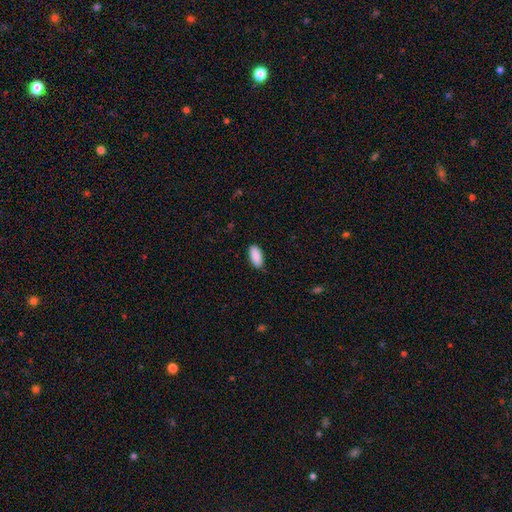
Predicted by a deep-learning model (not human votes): Smooth or featured? smooth (90%)
How rounded? in between (91%)
Merging? none (83%)